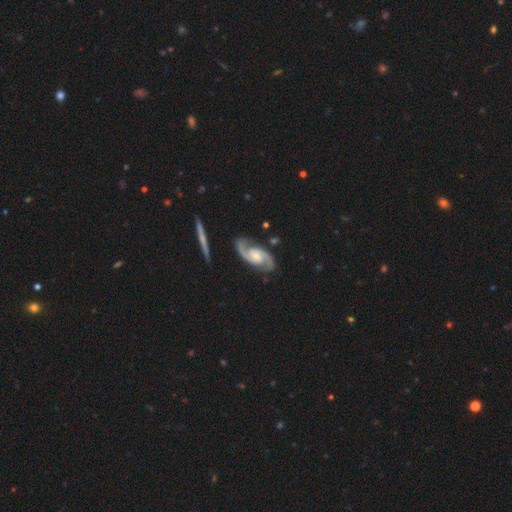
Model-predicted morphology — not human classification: The model was most divided on "bulge size": moderate: 45%, small: 43%, none: 6%, large: 5%, dominant: 1%. More confident: spiral arms — yes (98%); edge-on disk — no (97%); spiral arm count — 2 (94%); smooth or featured — featured or disk (92%); merging — none (82%); spiral winding — medium (58%); bar — no (57%).